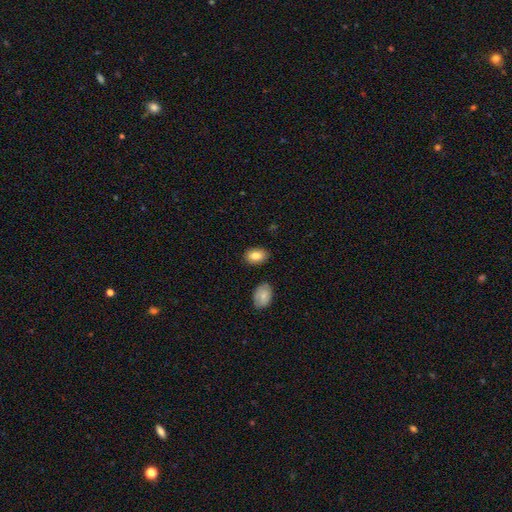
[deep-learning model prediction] Smooth or featured?
  - smooth: 85% *
  - featured or disk: 8%
  - star or artifact: 7%
How rounded?
  - in between: 89% *
  - round: 10%
  - cigar-shaped: 1%
Merging?
  - none: 83% *
  - minor disturbance: 12%
  - major disturbance: 2%
  - merger: 2%